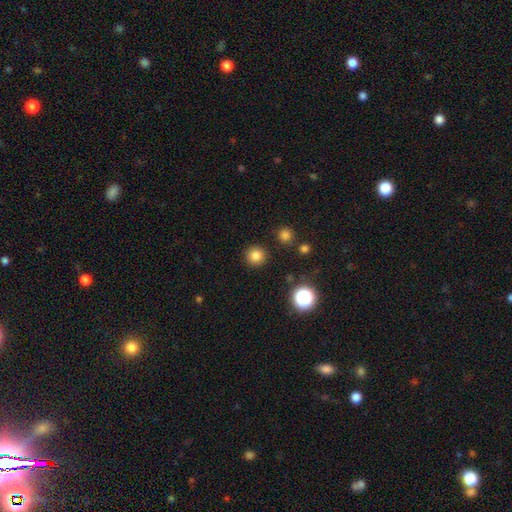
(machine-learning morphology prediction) The model was most divided on "smooth or featured": smooth: 82%, star or artifact: 14%, featured or disk: 4%. More confident: how rounded — round (94%); merging — none (90%).